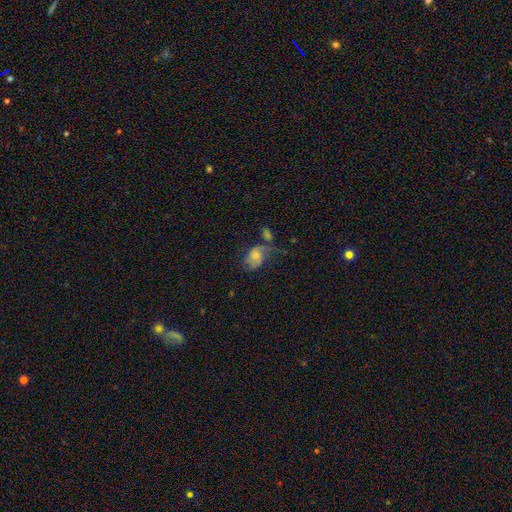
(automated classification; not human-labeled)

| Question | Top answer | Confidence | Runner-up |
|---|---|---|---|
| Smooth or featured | smooth | 47% | featured or disk (43%) |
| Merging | major disturbance | 29% | none (26%) |